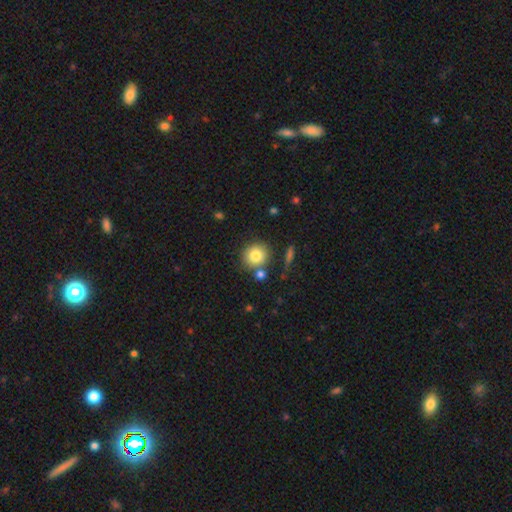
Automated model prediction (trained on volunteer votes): Q: Smooth or featured?
A: smooth (81%); runner-up: star or artifact (10%)
Q: How rounded?
A: round (88%); runner-up: in between (11%)
Q: Merging?
A: none (76%); runner-up: merger (12%)